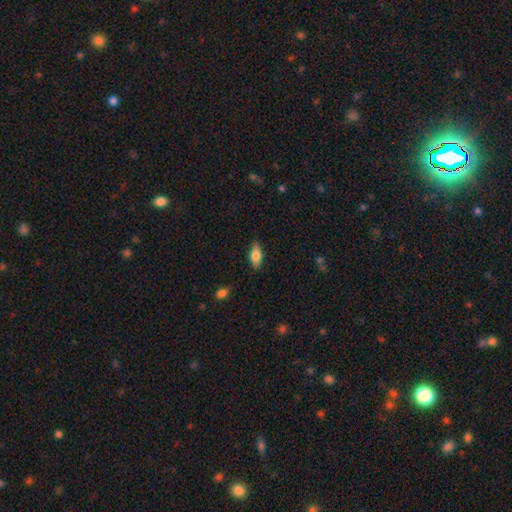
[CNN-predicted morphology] smooth_or_featured: smooth (p=0.76) [alt: featured or disk p=0.17]
how_rounded: in between (p=0.82) [alt: cigar-shaped p=0.15]
merging: none (p=0.85) [alt: minor disturbance p=0.11]